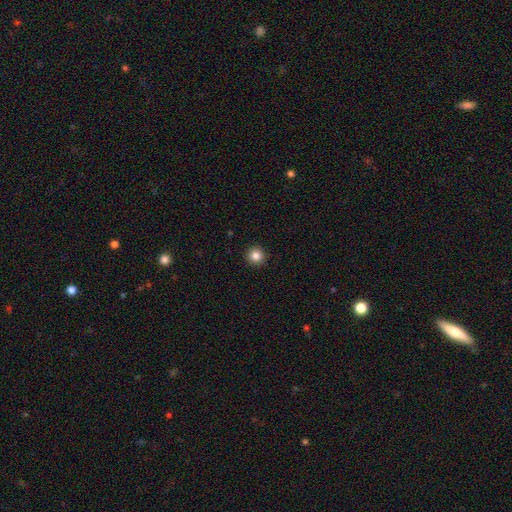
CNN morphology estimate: type=smooth (85%); roundness=round (95%); merging=none (93%).